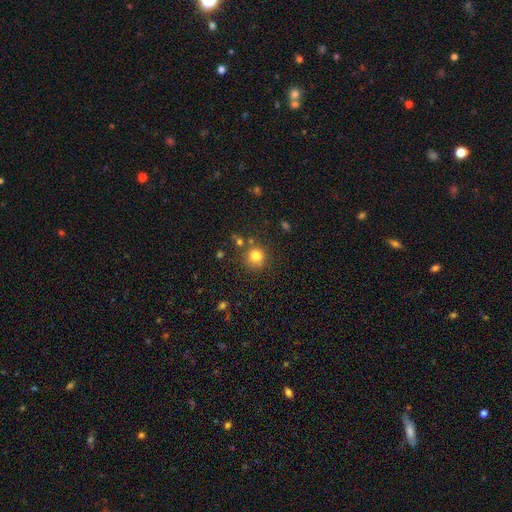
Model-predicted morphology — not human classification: Overall: smooth (79%). How rounded: round (88%). Merging: none (72%).